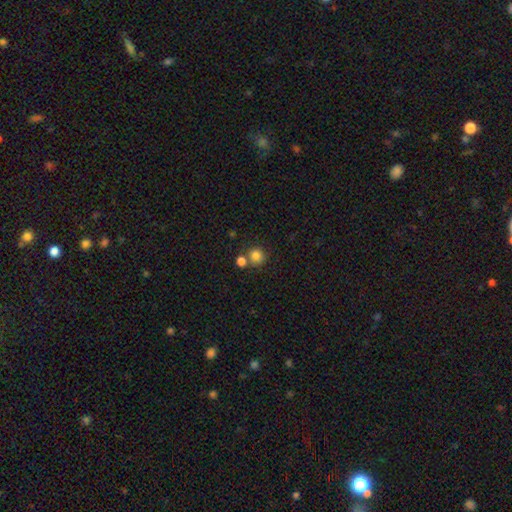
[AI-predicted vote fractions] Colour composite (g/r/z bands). It shows a smooth galaxy with no disk features (82%) that is round (90%). Merging: none (64%).